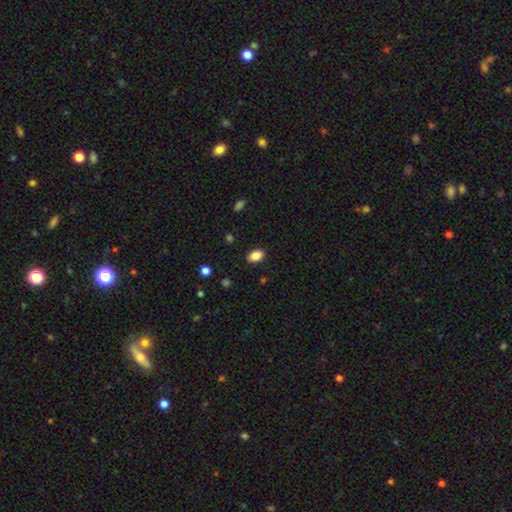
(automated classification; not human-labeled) Smooth or featured? Predicted: smooth (p=0.87). How rounded? Predicted: in between (p=0.89). Merging? Predicted: none (p=0.88).